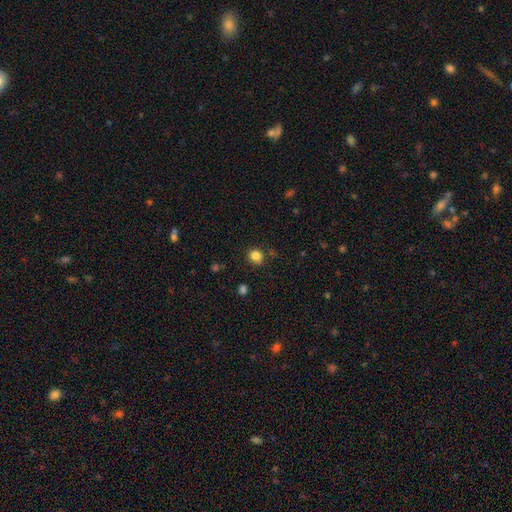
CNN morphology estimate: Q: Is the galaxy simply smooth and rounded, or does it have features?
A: smooth — 83%.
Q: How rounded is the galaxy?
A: round — 79%.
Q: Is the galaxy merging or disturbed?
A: none — 79%.